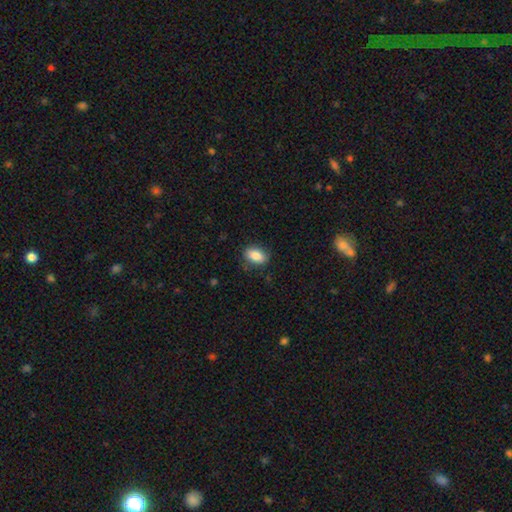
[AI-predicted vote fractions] The model was most divided on "how rounded": in between: 84%, round: 14%, cigar-shaped: 2%. More confident: smooth or featured — smooth (85%); merging — none (84%).